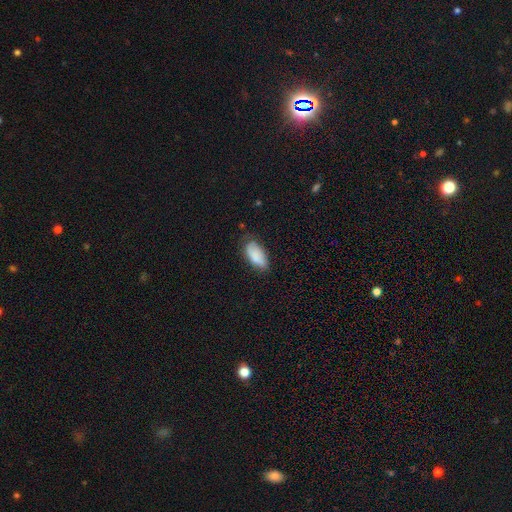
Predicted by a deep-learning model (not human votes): Smooth or featured? Predicted: smooth (p=0.83). How rounded? Predicted: in between (p=0.90). Merging? Predicted: none (p=0.63).